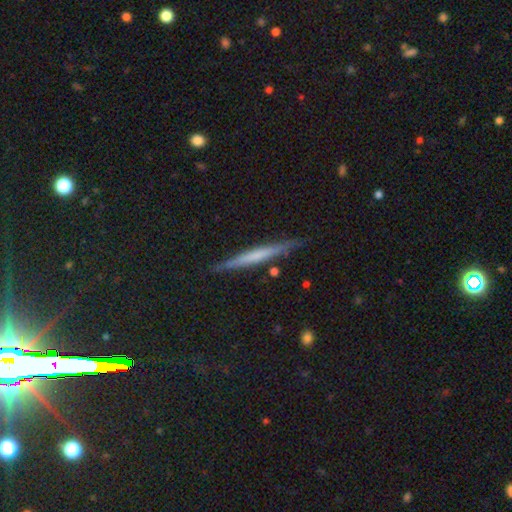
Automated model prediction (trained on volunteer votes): A featured or disk galaxy (48%).

Vote fractions:
- Smooth or featured? featured or disk: 48% / smooth: 44% / star or artifact: 8%
- Merging? none: 86% / minor disturbance: 10% / major disturbance: 2% / merger: 2%